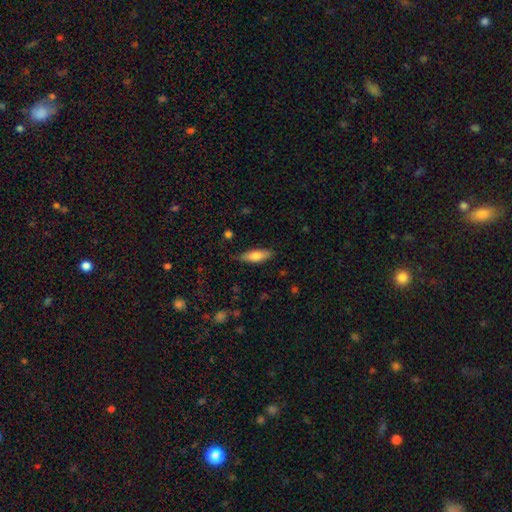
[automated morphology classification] Smooth or featured? smooth (76%)
How rounded? in between (58%)
Merging? none (76%)